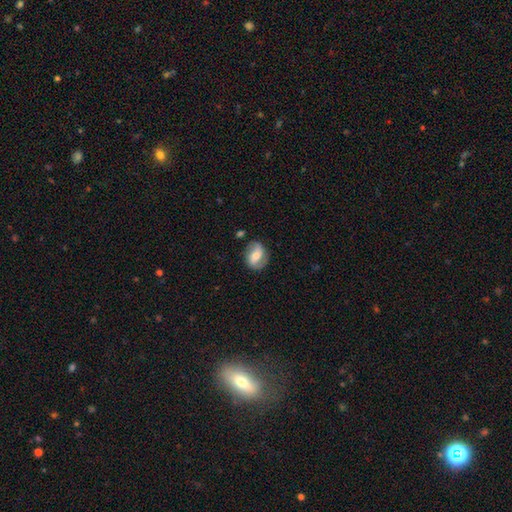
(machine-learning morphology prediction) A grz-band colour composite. It shows a featured or disk galaxy (60%) with a weak bar (38%), spiral arms (85%) and a moderate central bulge (62%). Merging: none (77%).